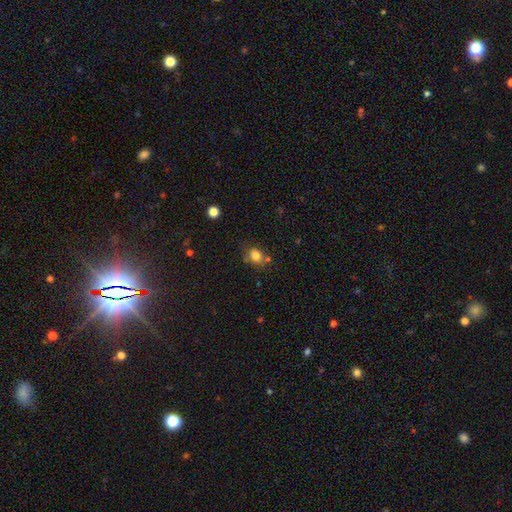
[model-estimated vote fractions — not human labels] The model was most divided on "how rounded": round: 52%, in between: 47%, cigar-shaped: 1%. More confident: smooth or featured — smooth (80%); merging — none (62%).